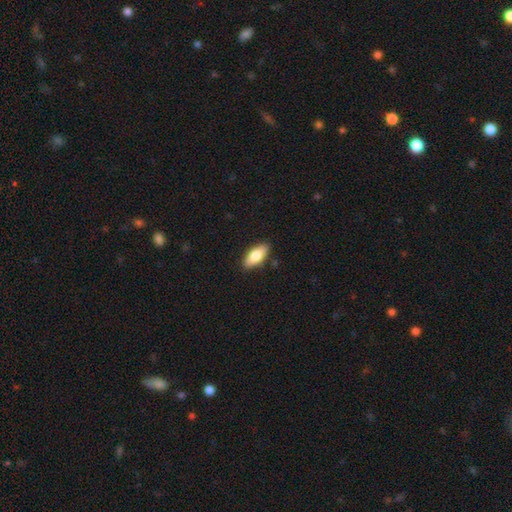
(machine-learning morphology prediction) This is likely a smooth galaxy (79%). How rounded: clearly in between (85%). Merging: clearly none (87%).